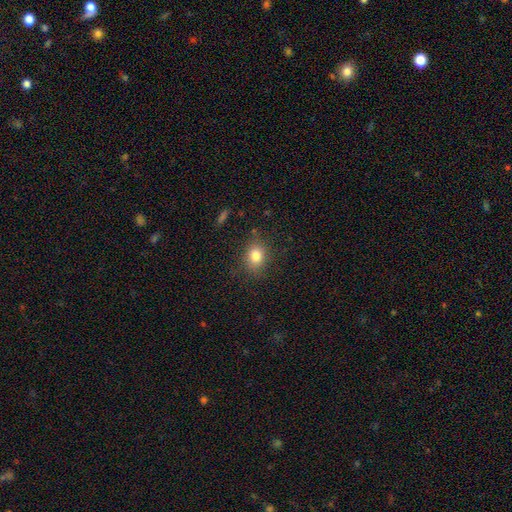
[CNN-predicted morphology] This appears to be a smooth galaxy with no disk features (80%) that is in between round and cigar-shaped (51%). Merging: none (82%).